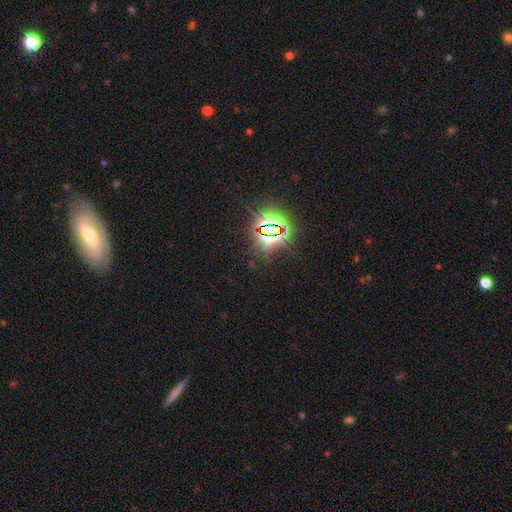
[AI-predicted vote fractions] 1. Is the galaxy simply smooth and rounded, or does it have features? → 76% star or artifact, 15% smooth, 9% featured or disk.